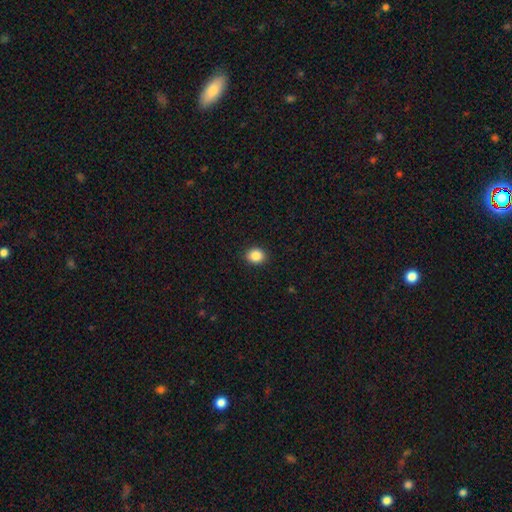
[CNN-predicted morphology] This appears to be a smooth galaxy with no disk features (87%) that is round (67%). Merging: none (91%).